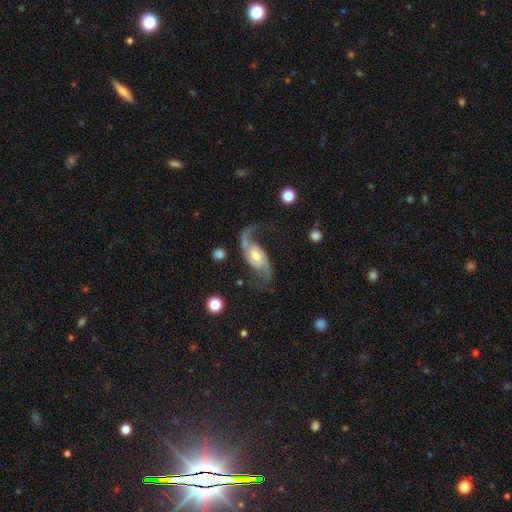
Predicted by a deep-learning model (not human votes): smooth_or_featured: featured or disk (p=0.89) [alt: smooth p=0.06]
disk_edge_on: no (p=0.97) [alt: yes p=0.03]
bar: no (p=0.48) [alt: weak p=0.40]
has_spiral_arms: yes (p=0.97) [alt: no p=0.03]
spiral_winding: loose (p=0.66) [alt: medium p=0.28]
spiral_arm_count: 2 (p=0.93) [alt: 1 p=0.02]
bulge_size: moderate (p=0.55) [alt: small p=0.32]
merging: none (p=0.69) [alt: minor disturbance p=0.15]